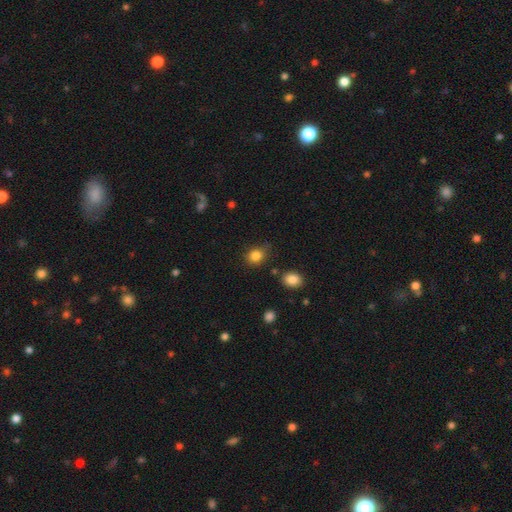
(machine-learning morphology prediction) smooth-or-featured: smooth: 84% | star or artifact: 11% | featured or disk: 5%
  how-rounded: round: 67% | in between: 32% | cigar-shaped: 1%
  merging: none: 74% | minor disturbance: 18% | major disturbance: 4% | merger: 3%